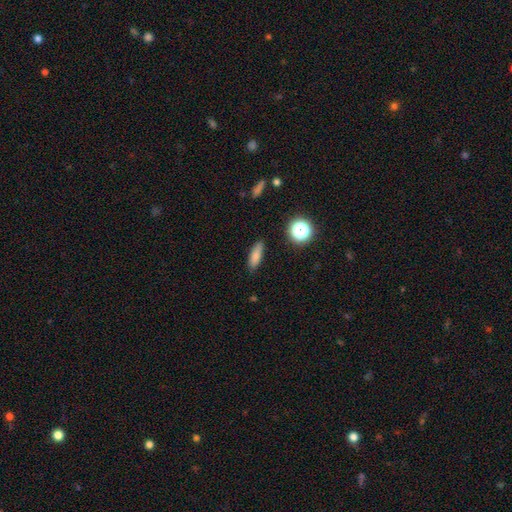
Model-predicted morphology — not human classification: This appears to be a smooth galaxy with no disk features (79%) that is cigar-shaped (48%). Merging: none (84%).